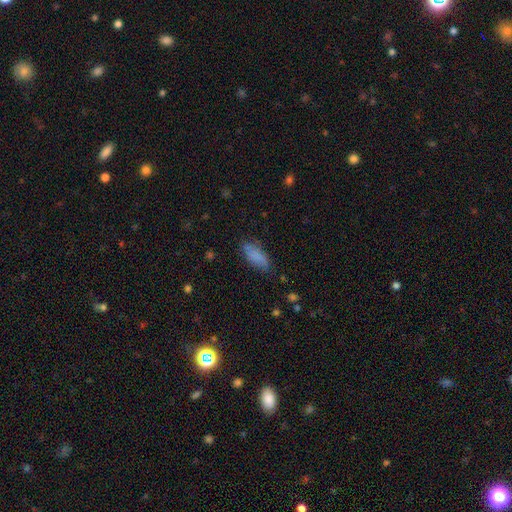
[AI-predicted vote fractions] Q: Smooth or featured?
A: smooth (79%); runner-up: featured or disk (13%)
Q: How rounded?
A: in between (79%); runner-up: cigar-shaped (19%)
Q: Merging?
A: none (69%); runner-up: minor disturbance (23%)